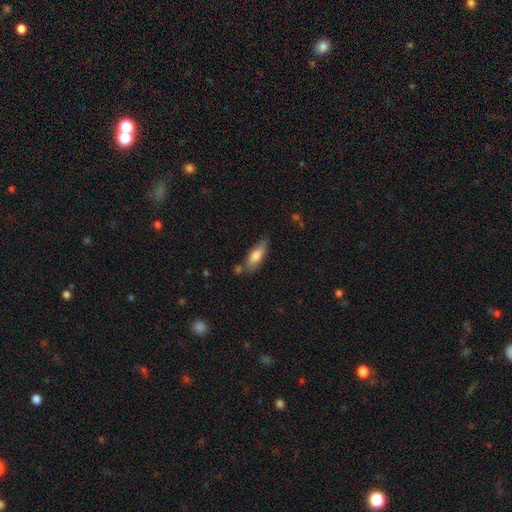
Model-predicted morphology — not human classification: Smooth or featured: smooth — 75% (featured or disk — 19%)
How rounded: in between — 62% (cigar-shaped — 36%)
Merging: none — 68% (minor disturbance — 20%)